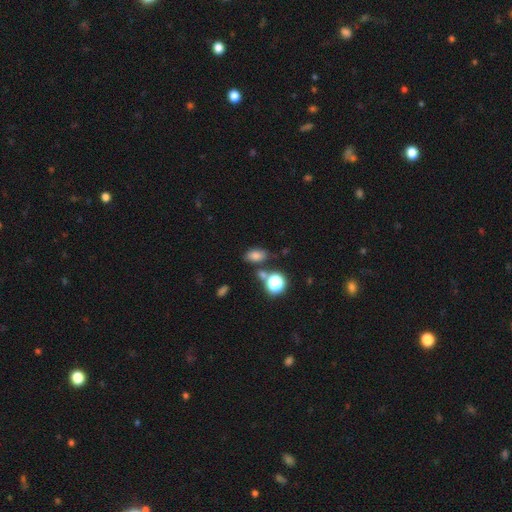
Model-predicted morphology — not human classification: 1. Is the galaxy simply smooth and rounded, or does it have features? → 74% smooth, 17% star or artifact, 9% featured or disk.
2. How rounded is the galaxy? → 81% in between, 17% round, 2% cigar-shaped.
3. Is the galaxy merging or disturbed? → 71% none, 14% minor disturbance, 11% merger, 4% major disturbance.